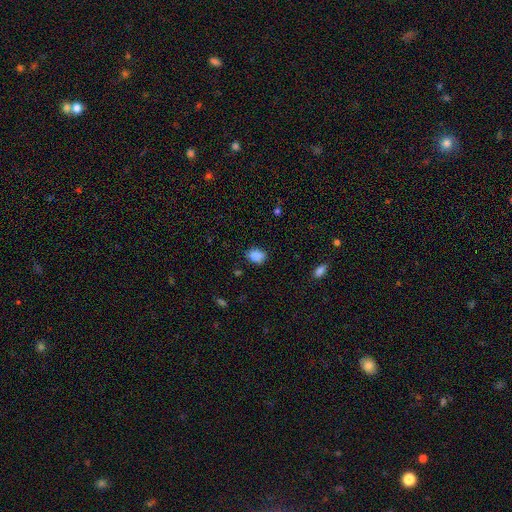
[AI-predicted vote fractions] Q: Smooth or featured?
A: smooth (85%); runner-up: star or artifact (9%)
Q: How rounded?
A: in between (66%); runner-up: round (33%)
Q: Merging?
A: none (80%); runner-up: minor disturbance (16%)